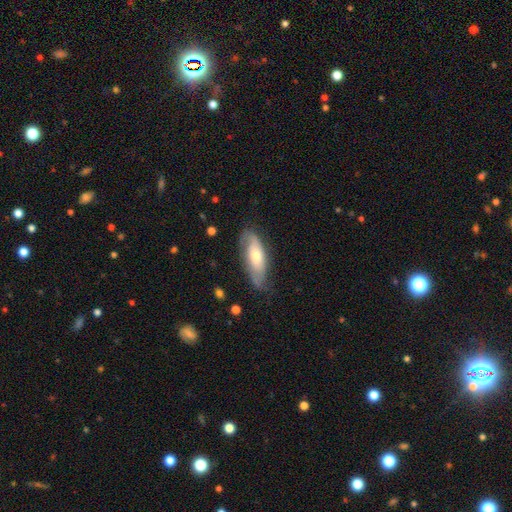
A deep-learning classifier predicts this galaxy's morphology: smooth-or-featured: smooth: 50% | featured or disk: 44% | star or artifact: 6%
  how-rounded: in between: 69% | cigar-shaped: 28% | round: 2%
  merging: none: 63% | minor disturbance: 28% | major disturbance: 8% | merger: 2%